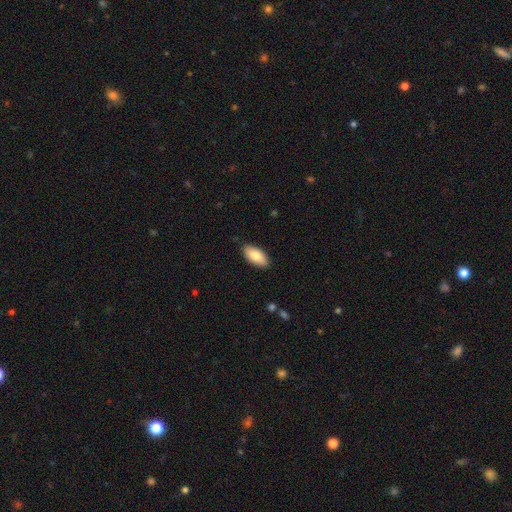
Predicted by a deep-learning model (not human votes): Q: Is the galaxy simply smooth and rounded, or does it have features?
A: smooth — 83%.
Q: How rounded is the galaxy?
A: in between — 90%.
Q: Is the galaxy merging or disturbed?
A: none — 87%.